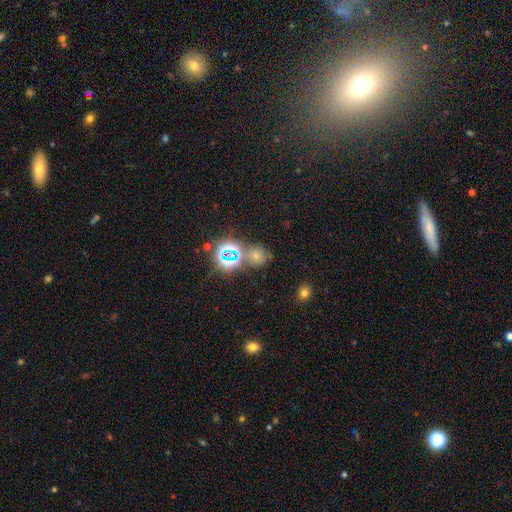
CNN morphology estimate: smooth-or-featured: smooth: 52% | star or artifact: 39% | featured or disk: 9%
  how-rounded: round: 77% | in between: 22% | cigar-shaped: 1%
  merging: none: 65% | merger: 16% | minor disturbance: 13% | major disturbance: 6%